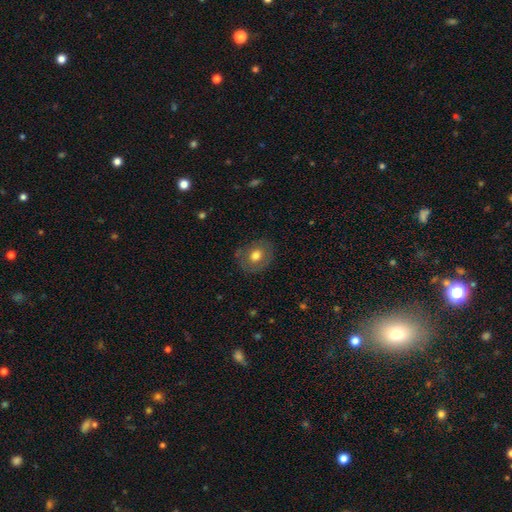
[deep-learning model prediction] smooth-or-featured: smooth: 64% | featured or disk: 28% | star or artifact: 8%
  how-rounded: round: 58% | in between: 42% | cigar-shaped: 1%
  merging: none: 79% | minor disturbance: 14% | major disturbance: 5% | merger: 1%